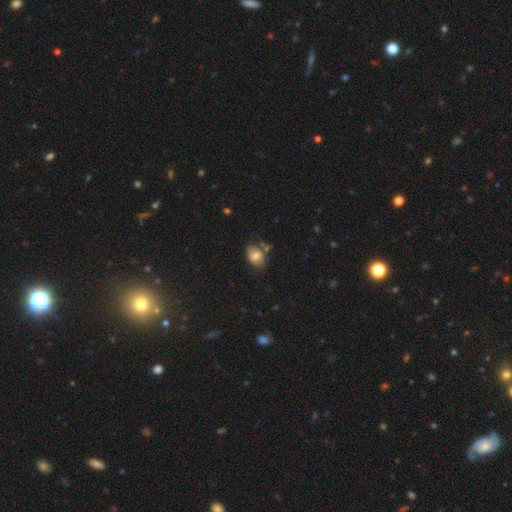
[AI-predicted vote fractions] Smooth or featured? Predicted: smooth (p=0.74). How rounded? Predicted: in between (p=0.71). Merging? Predicted: none (p=0.65).